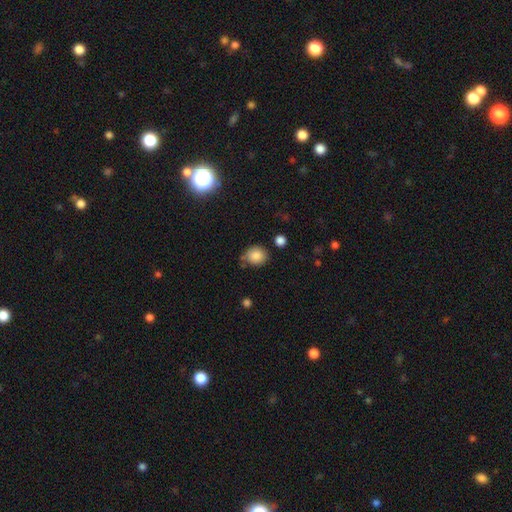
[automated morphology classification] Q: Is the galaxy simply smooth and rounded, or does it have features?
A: smooth — 85%.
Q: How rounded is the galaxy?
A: round — 73%.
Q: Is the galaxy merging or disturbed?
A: none — 71%.